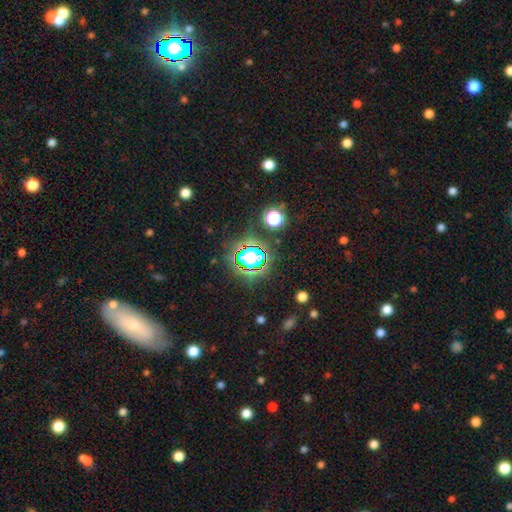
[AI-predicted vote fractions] Smooth or featured? Predicted: star or artifact (p=0.75).